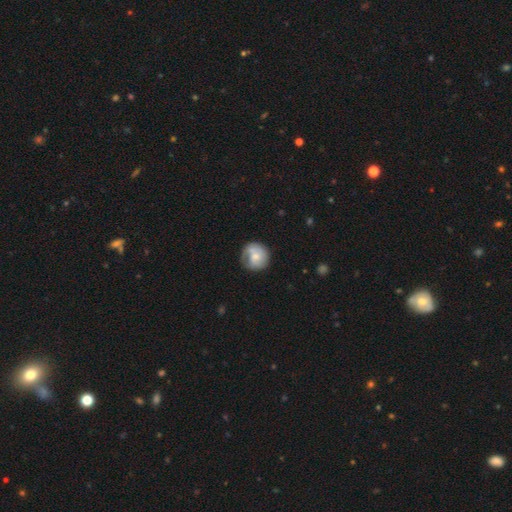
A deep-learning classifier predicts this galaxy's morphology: smooth-or-featured: smooth: 54% | featured or disk: 39% | star or artifact: 7%
  how-rounded: round: 87% | in between: 12% | cigar-shaped: 1%
  merging: none: 59% | minor disturbance: 24% | major disturbance: 11% | merger: 6%